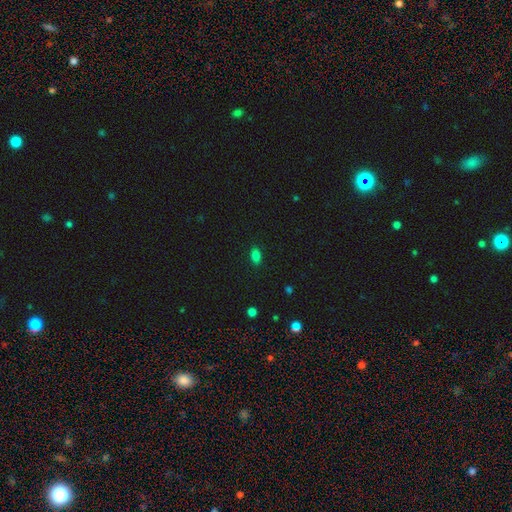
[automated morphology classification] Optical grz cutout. It shows a smooth galaxy with no disk features (83%) that is in between round and cigar-shaped (87%). Merging: none (88%).